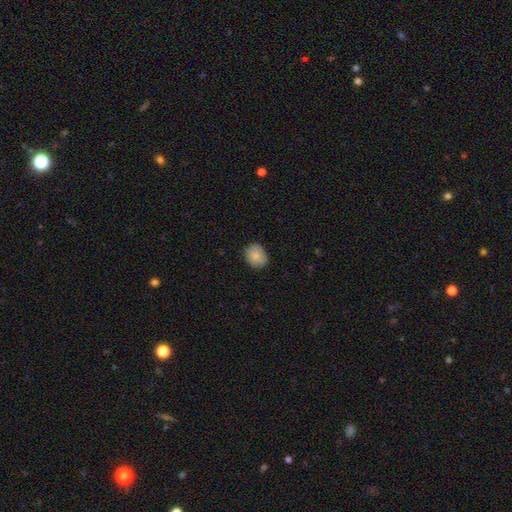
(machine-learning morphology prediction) Smooth or featured? smooth (86%)
How rounded? round (58%)
Merging? none (84%)